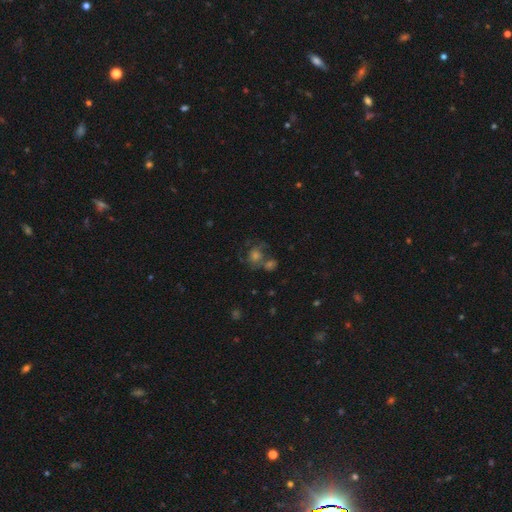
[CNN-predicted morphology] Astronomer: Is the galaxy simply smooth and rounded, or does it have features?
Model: smooth — 39% (runner-up: featured or disk, 31%).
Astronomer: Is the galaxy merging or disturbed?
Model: none — 48% (runner-up: merger, 28%).